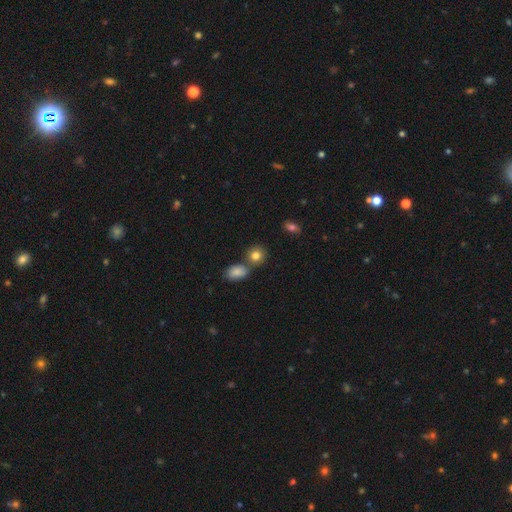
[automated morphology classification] Smooth or featured? Predicted: smooth (p=0.83). How rounded? Predicted: round (p=0.74). Merging? Predicted: none (p=0.62).